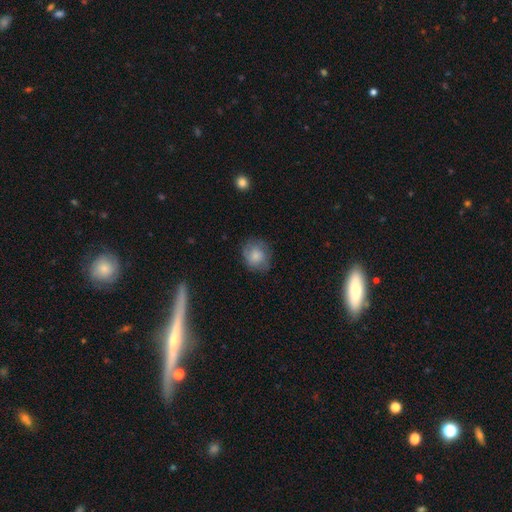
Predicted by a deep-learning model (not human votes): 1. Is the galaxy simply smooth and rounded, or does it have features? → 78% smooth, 15% featured or disk, 7% star or artifact.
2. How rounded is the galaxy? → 77% round, 22% in between, 1% cigar-shaped.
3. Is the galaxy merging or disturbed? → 74% none, 19% minor disturbance, 6% major disturbance, 1% merger.